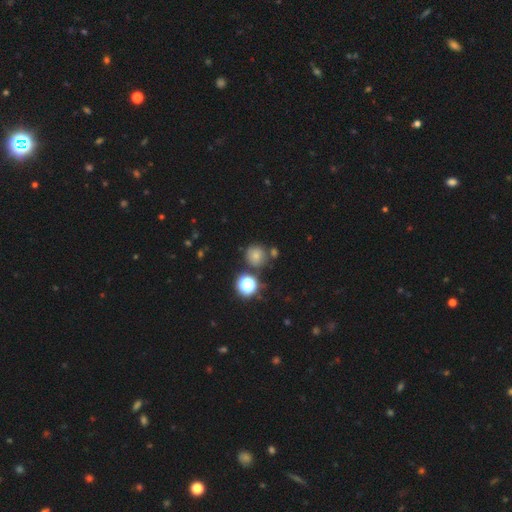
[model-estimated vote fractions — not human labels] smooth-or-featured: smooth: 70% | star or artifact: 21% | featured or disk: 9%
  how-rounded: round: 90% | in between: 9% | cigar-shaped: 1%
  merging: none: 71% | merger: 12% | minor disturbance: 12% | major disturbance: 4%